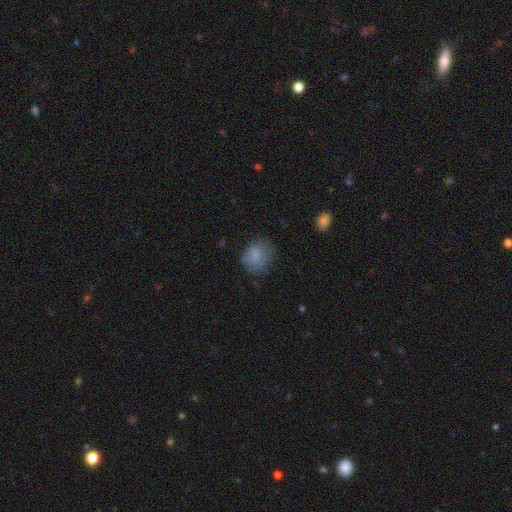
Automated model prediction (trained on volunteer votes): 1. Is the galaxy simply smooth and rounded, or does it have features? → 75% smooth, 16% featured or disk, 9% star or artifact.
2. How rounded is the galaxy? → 54% round, 46% in between, 1% cigar-shaped.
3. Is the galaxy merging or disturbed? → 65% none, 24% minor disturbance, 10% major disturbance, 2% merger.